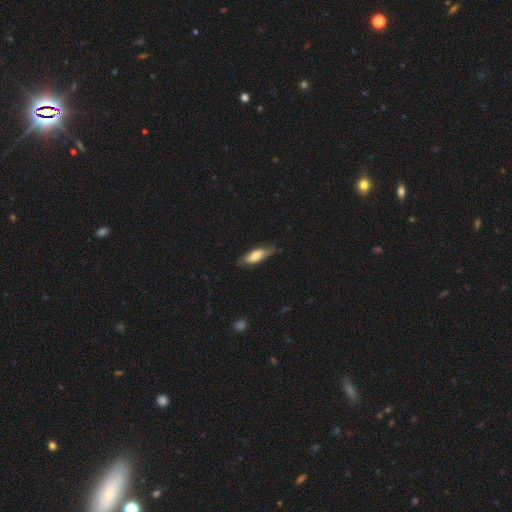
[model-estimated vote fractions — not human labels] A smooth galaxy with no disk features (69%) that is in between round and cigar-shaped (64%). Merging: none (66%).